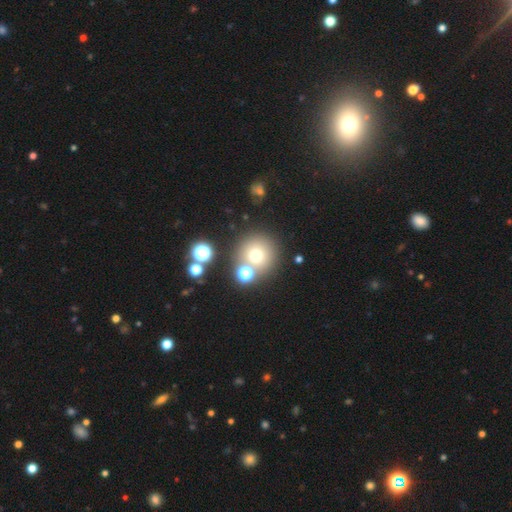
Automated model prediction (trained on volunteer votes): This appears to be a smooth galaxy with no disk features (68%) that is round (94%). Merging: none (72%).